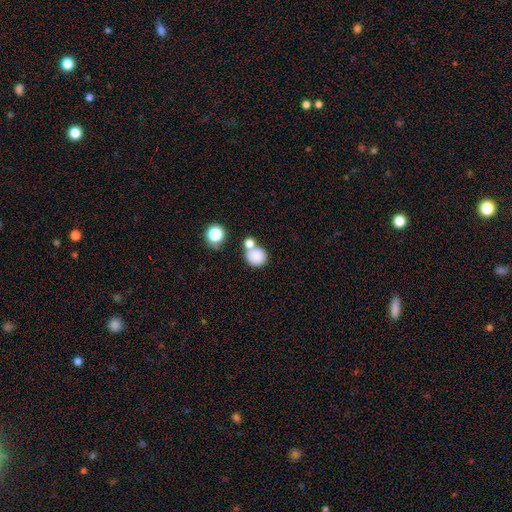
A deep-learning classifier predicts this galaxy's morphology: Smooth or featured: smooth — 83% (star or artifact — 10%)
How rounded: round — 85% (in between — 14%)
Merging: none — 53% (merger — 32%)